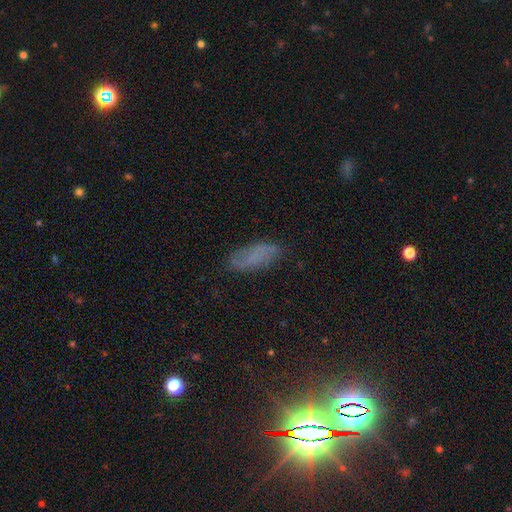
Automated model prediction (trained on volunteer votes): Smooth or featured?
  - smooth: 56% *
  - featured or disk: 28%
  - star or artifact: 17%
How rounded?
  - in between: 75% *
  - cigar-shaped: 22%
  - round: 3%
Merging?
  - none: 74% *
  - minor disturbance: 18%
  - major disturbance: 6%
  - merger: 2%